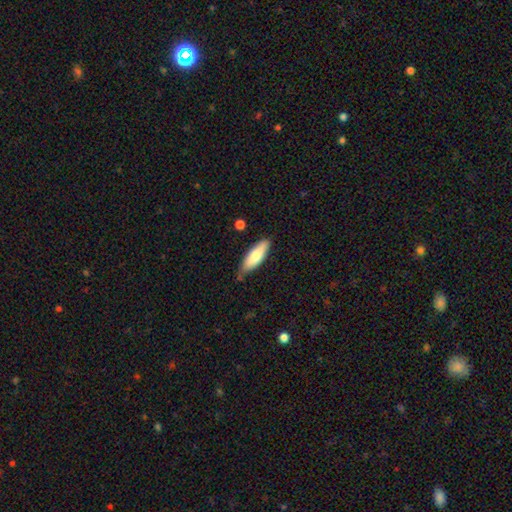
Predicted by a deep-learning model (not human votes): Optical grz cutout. It shows a smooth galaxy with no disk features (75%) that is in between round and cigar-shaped (50%). Merging: none (71%).